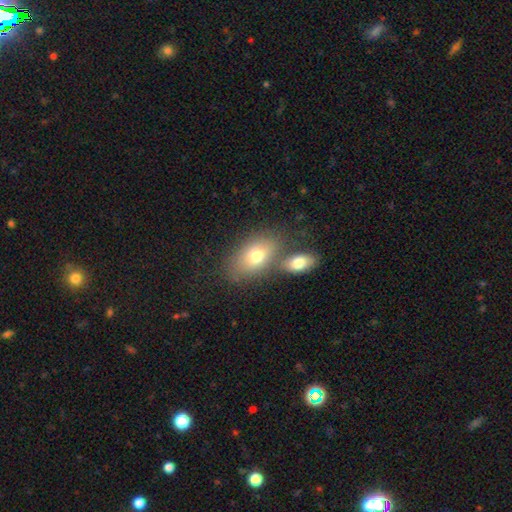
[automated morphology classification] A smooth galaxy with no disk features (73%) that is in between round and cigar-shaped (84%). Merging: none (54%).